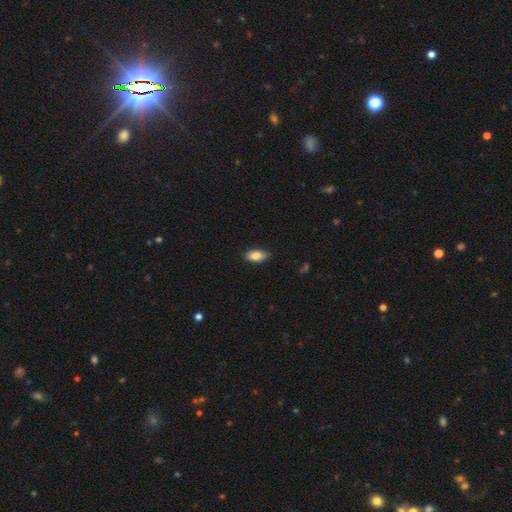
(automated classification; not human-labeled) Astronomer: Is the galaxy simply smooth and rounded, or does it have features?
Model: smooth — 85%.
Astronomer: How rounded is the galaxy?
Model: in between — 91%.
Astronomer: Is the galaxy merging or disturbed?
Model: none — 85%.